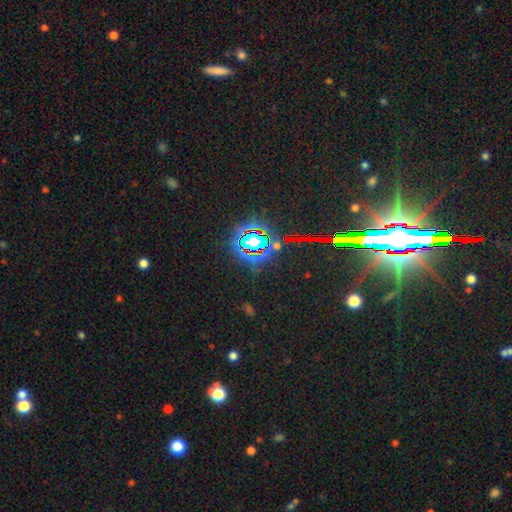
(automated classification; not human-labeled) Q: Smooth or featured?
A: star or artifact (84%); runner-up: featured or disk (8%)